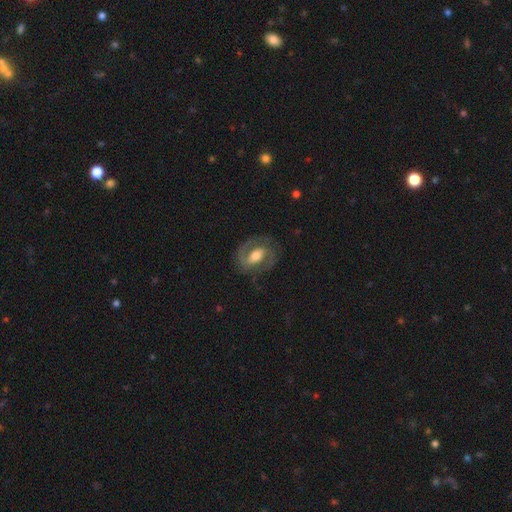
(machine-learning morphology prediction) Smooth or featured?
  - featured or disk: 83% *
  - smooth: 12%
  - star or artifact: 5%
Edge-on disk?
  - no: 97% *
  - yes: 3%
Bar?
  - weak: 43% *
  - strong: 37%
  - no: 20%
Spiral arms?
  - yes: 93% *
  - no: 7%
Spiral winding?
  - medium: 53% *
  - tight: 32%
  - loose: 15%
Spiral arm count?
  - 2: 87% *
  - 1: 5%
  - can't tell: 4%
  - 3: 2%
  - 4: 1%
  - more than 4: 1%
Bulge size?
  - moderate: 65% *
  - large: 17%
  - small: 15%
  - none: 2%
  - dominant: 2%
Merging?
  - none: 76% *
  - minor disturbance: 15%
  - major disturbance: 8%
  - merger: 1%